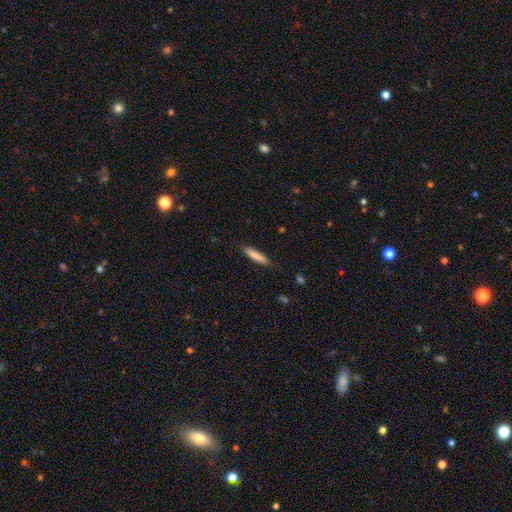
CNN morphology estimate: Smooth or featured: smooth — 84% (featured or disk — 10%)
How rounded: cigar-shaped — 83% (in between — 15%)
Merging: none — 88% (minor disturbance — 9%)